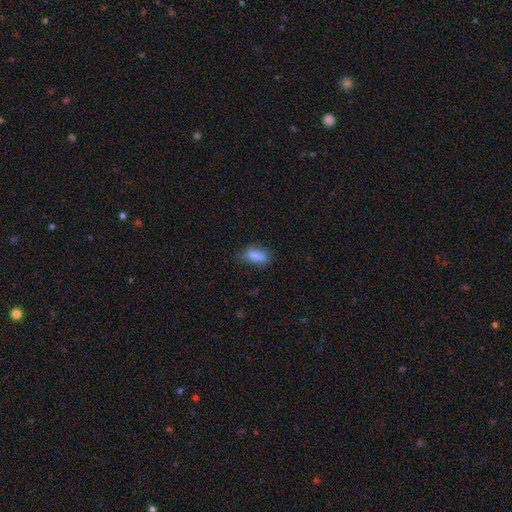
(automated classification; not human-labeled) smooth-or-featured: smooth: 82% | star or artifact: 9% | featured or disk: 8%
  how-rounded: in between: 86% | cigar-shaped: 9% | round: 5%
  merging: none: 58% | minor disturbance: 29% | major disturbance: 10% | merger: 3%